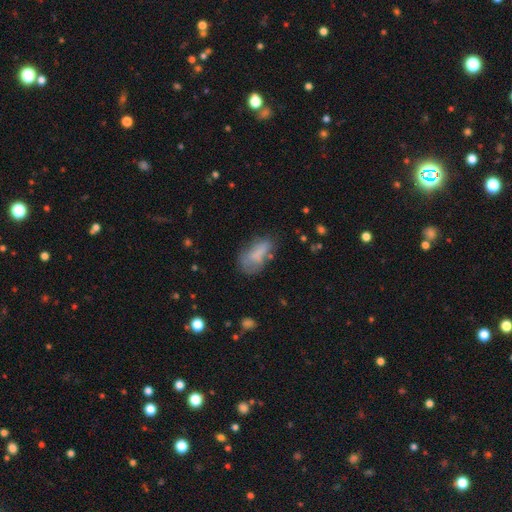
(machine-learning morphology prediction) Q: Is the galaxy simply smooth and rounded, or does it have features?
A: smooth — 67%.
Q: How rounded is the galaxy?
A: in between — 87%.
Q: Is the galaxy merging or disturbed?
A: none — 42%.